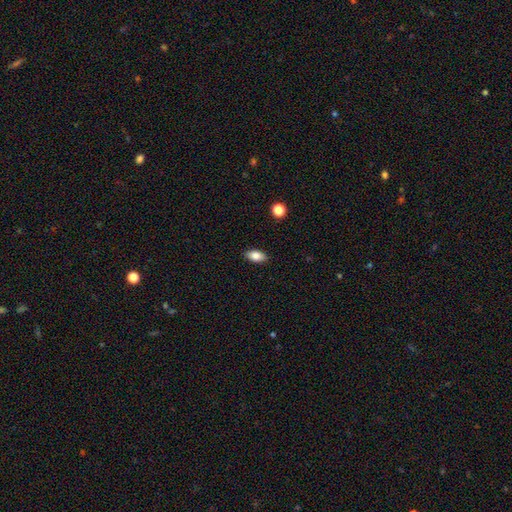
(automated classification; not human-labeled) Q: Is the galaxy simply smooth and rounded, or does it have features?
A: smooth — 82%.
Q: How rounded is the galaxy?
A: in between — 91%.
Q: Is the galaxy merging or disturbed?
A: none — 89%.